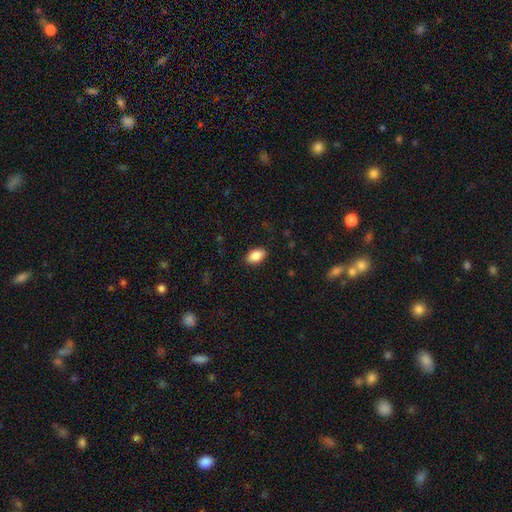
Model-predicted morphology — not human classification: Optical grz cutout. It shows a smooth galaxy with no disk features (88%) that is in between round and cigar-shaped (90%). Merging: none (87%).